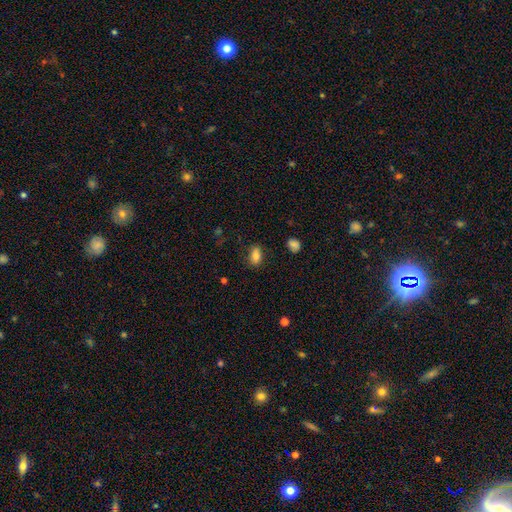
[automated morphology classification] smooth_or_featured: smooth (p=0.81) [alt: star or artifact p=0.10]
how_rounded: in between (p=0.86) [alt: round p=0.12]
merging: none (p=0.79) [alt: minor disturbance p=0.16]